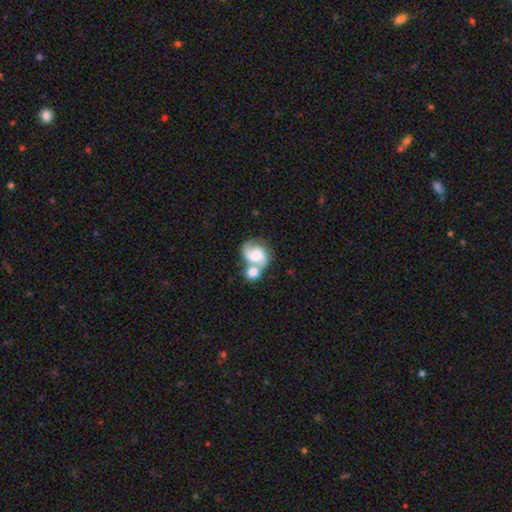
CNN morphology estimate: Overall: featured or disk (74%). Edge-on disk: no (98%). Bar: no (56%; weak 35%). Spiral arms: yes (92%). Spiral arm count: 2 (83%). Spiral winding: medium (52%; loose 28%). Bulge size: moderate (55%; small 25%). Merging: merger (61%; none 24%).